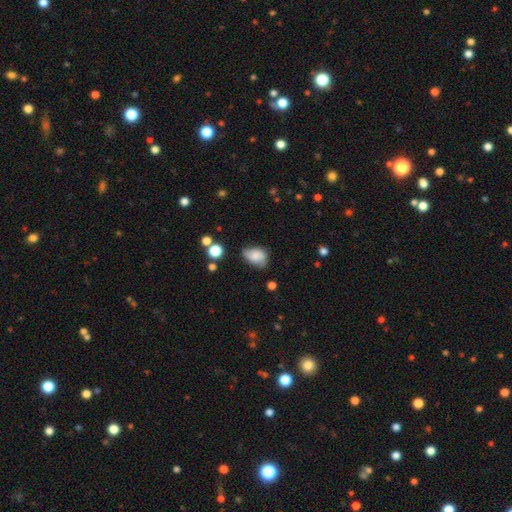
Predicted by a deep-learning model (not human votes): Smooth or featured? smooth (73%)
How rounded? in between (78%)
Merging? none (48%)